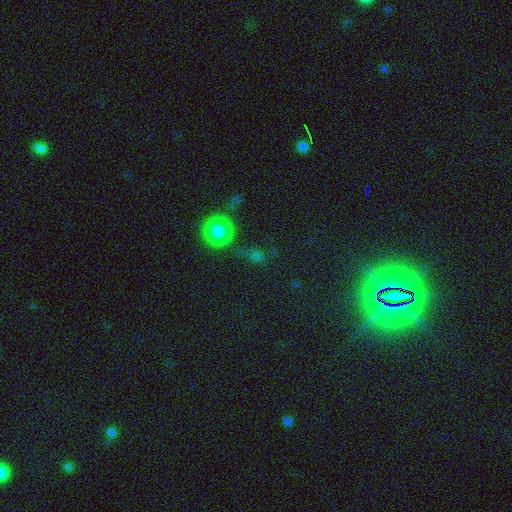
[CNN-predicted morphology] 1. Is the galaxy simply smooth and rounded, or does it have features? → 55% smooth, 38% star or artifact, 7% featured or disk.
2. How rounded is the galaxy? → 85% round, 13% in between, 3% cigar-shaped.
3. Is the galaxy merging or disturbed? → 76% none, 12% minor disturbance, 7% major disturbance, 5% merger.